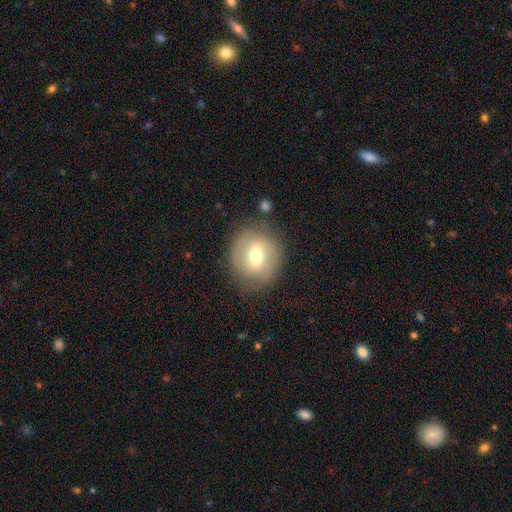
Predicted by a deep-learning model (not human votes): Smooth or featured: smooth — 50% (featured or disk — 41%)
Merging: none — 80% (minor disturbance — 13%)